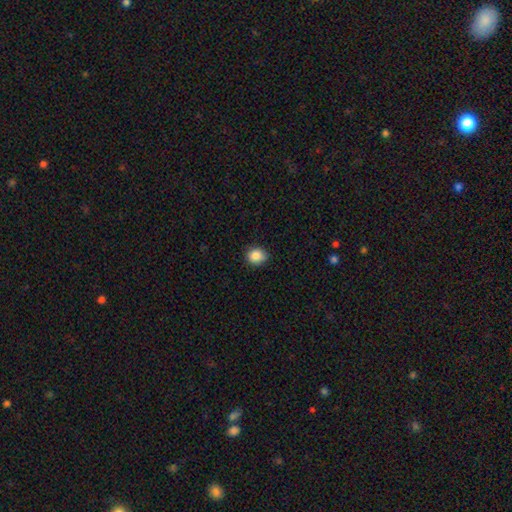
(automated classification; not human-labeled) This is clearly a smooth galaxy (86%). How rounded: likely round (75%). Merging: clearly none (85%).